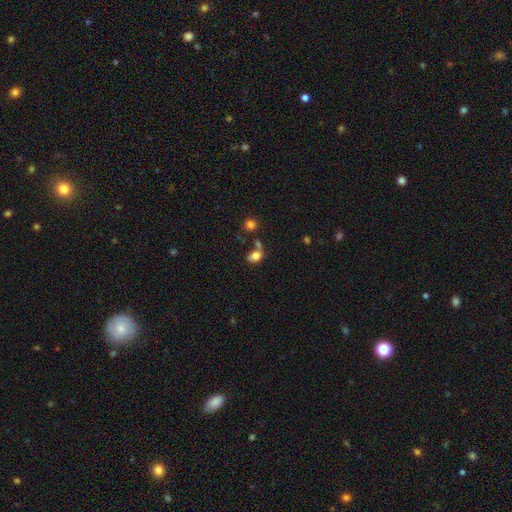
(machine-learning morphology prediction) smooth 79%, star or artifact 11%, featured or disk 10%. Down the decision tree: how rounded — in between (63%); merging — none (45%).